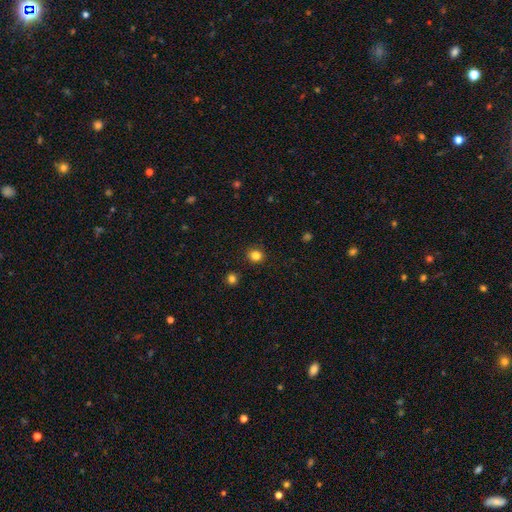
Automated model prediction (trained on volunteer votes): Smooth or featured? Predicted: smooth (p=0.83). How rounded? Predicted: round (p=0.82). Merging? Predicted: none (p=0.89).